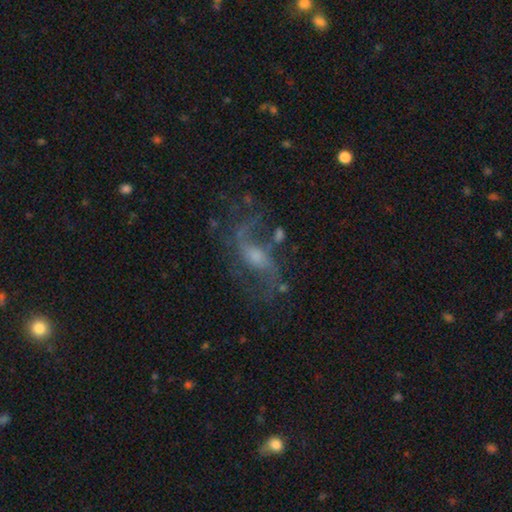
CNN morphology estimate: Q: Smooth or featured?
A: featured or disk (81%); runner-up: smooth (10%)
Q: Edge-on disk?
A: no (94%); runner-up: yes (6%)
Q: Bar?
A: weak (45%); runner-up: no (38%)
Q: Spiral arms?
A: yes (88%); runner-up: no (12%)
Q: Spiral winding?
A: loose (74%); runner-up: medium (22%)
Q: Spiral arm count?
A: 2 (83%); runner-up: can't tell (6%)
Q: Bulge size?
A: small (41%); tied with: moderate (41%)
Q: Merging?
A: none (54%); runner-up: major disturbance (22%)